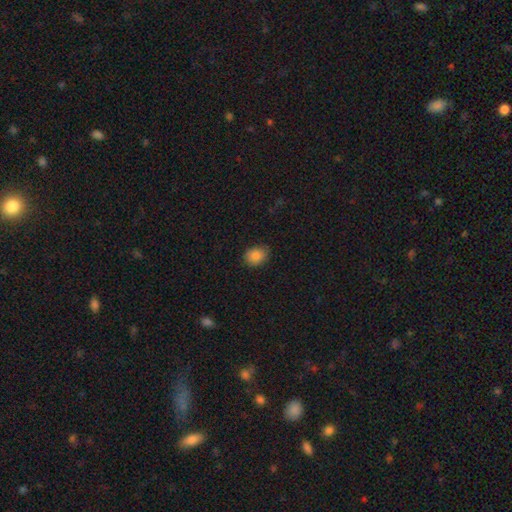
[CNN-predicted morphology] This is clearly a smooth galaxy (84%). How rounded: possibly in between (58%). Merging: likely none (80%).